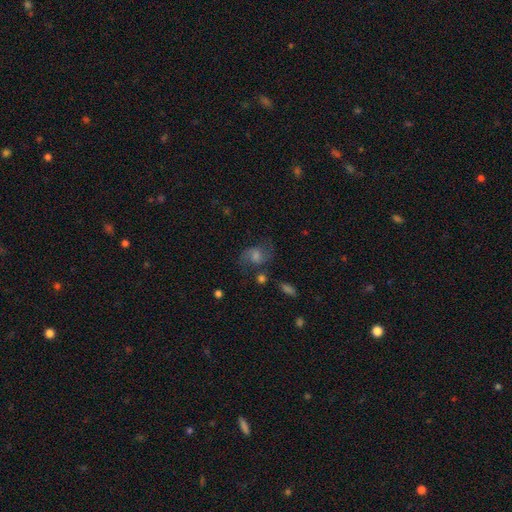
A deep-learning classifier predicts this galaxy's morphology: Overall: featured or disk (57%; smooth 26%). Edge-on disk: no (96%). Bar: no (45%, tied with weak). Spiral arms: yes (89%). Bulge size: moderate (42%; small 28%). Merging: none (65%).